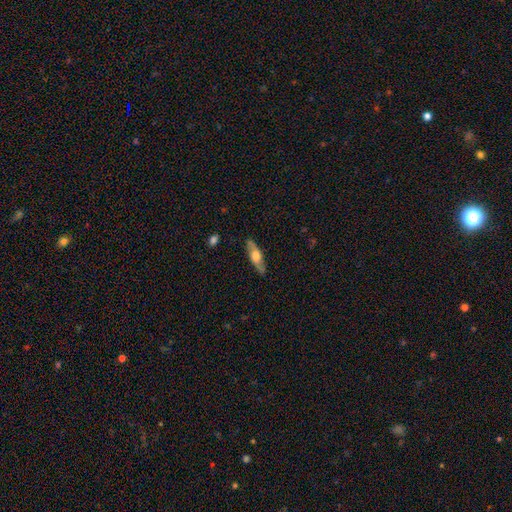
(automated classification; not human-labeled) Overall: featured or disk (56%; smooth 38%). Edge-on disk: yes (66%; no 34%). Merging: none (82%).